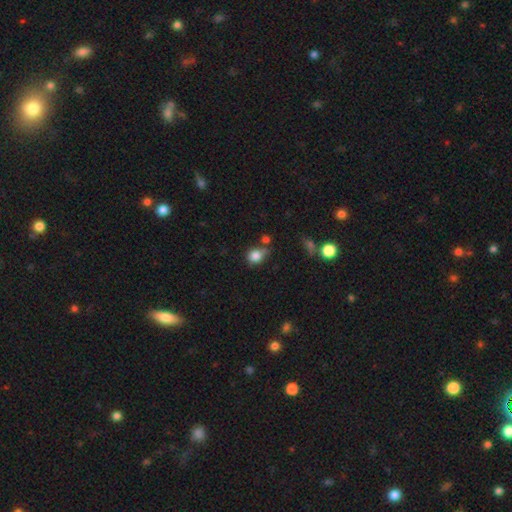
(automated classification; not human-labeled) Q: Smooth or featured?
A: smooth (82%); runner-up: star or artifact (11%)
Q: How rounded?
A: round (66%); runner-up: in between (33%)
Q: Merging?
A: none (57%); runner-up: minor disturbance (23%)